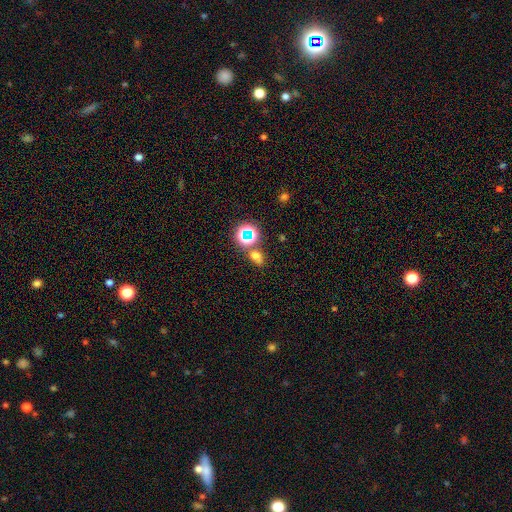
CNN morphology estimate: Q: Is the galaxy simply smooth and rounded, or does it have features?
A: smooth — 55%.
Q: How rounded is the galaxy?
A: in between — 53%.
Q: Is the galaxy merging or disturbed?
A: none — 61%.